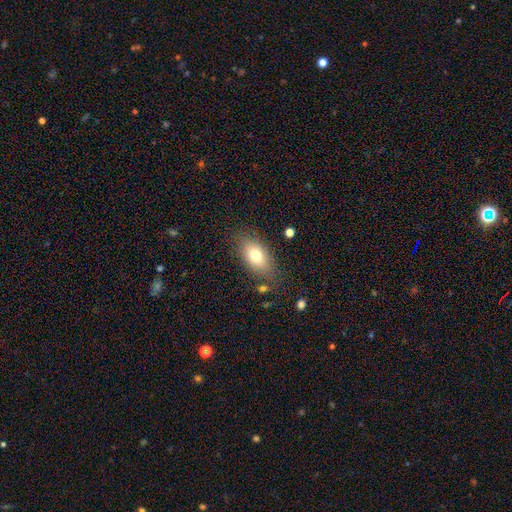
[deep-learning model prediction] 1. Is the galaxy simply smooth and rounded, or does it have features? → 75% smooth, 16% featured or disk, 9% star or artifact.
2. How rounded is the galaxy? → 89% in between, 7% round, 4% cigar-shaped.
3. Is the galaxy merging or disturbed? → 79% none, 14% minor disturbance, 4% major disturbance, 3% merger.